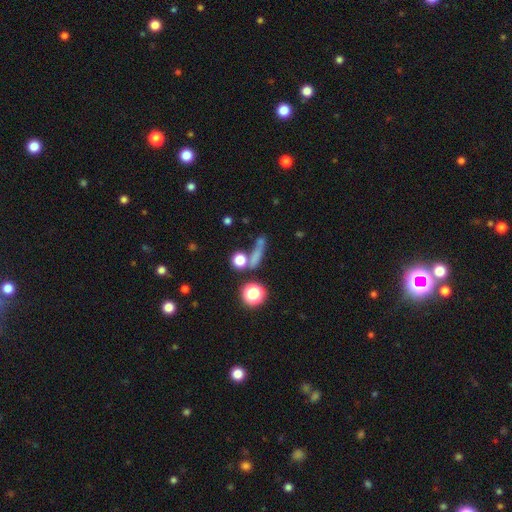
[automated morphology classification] Smooth or featured? Predicted: smooth (p=0.62). How rounded? Predicted: cigar-shaped (p=0.51). Merging? Predicted: none (p=0.59).